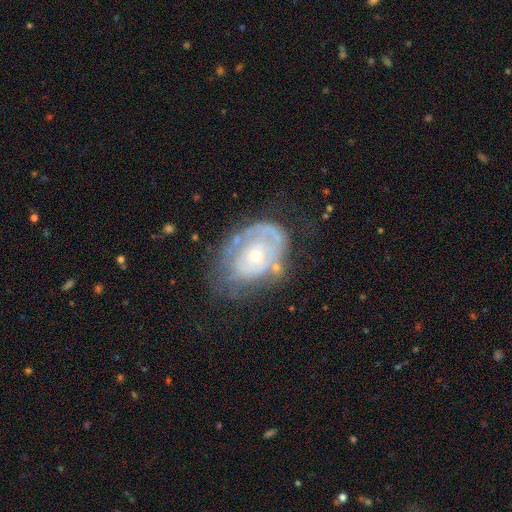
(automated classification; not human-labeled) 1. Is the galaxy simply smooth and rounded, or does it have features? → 71% featured or disk, 22% smooth, 7% star or artifact.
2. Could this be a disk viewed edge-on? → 96% no, 4% yes.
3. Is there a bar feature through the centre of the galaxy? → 85% no, 12% weak, 3% strong.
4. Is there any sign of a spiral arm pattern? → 59% yes, 41% no.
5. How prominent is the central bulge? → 71% small, 25% moderate, 2% large, 1% none, 1% dominant.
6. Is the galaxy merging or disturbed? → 47% none, 27% minor disturbance, 22% major disturbance, 4% merger.